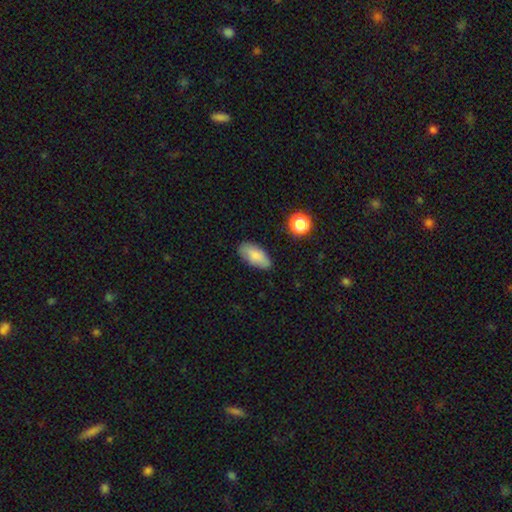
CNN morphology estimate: Smooth or featured? smooth (81%)
How rounded? in between (90%)
Merging? none (78%)